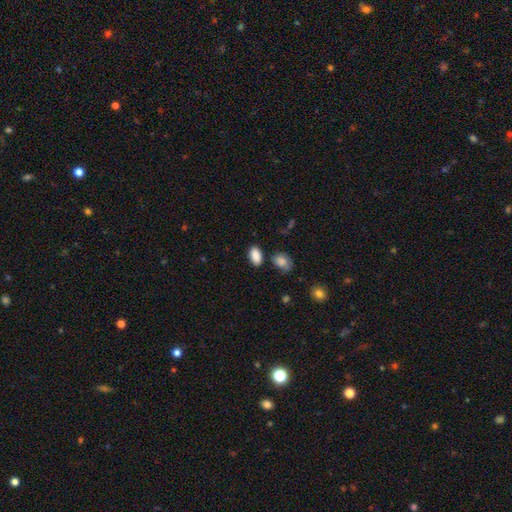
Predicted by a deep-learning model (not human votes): Smooth or featured: smooth — 88% (star or artifact — 8%)
How rounded: in between — 92% (round — 6%)
Merging: none — 79% (minor disturbance — 13%)